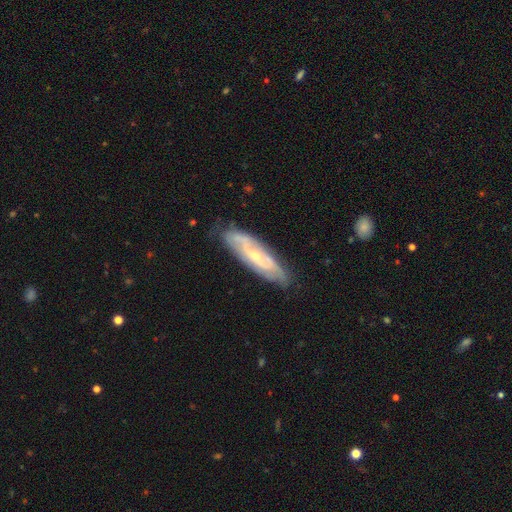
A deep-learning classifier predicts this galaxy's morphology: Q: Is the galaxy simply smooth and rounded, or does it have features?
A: featured or disk — 73%.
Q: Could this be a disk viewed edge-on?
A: no — 73%.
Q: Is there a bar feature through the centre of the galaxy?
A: no — 42%.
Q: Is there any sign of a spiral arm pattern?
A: yes — 84%.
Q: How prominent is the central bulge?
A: small — 63%.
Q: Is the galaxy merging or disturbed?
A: none — 76%.